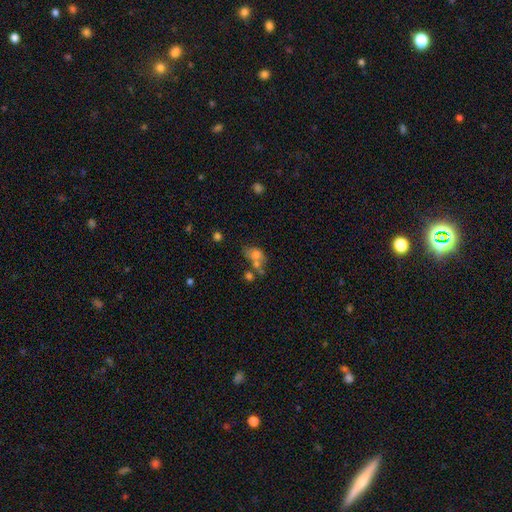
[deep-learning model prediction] Smooth or featured? Predicted: smooth (p=0.62). How rounded? Predicted: in between (p=0.61). Merging? Predicted: merger (p=0.42).